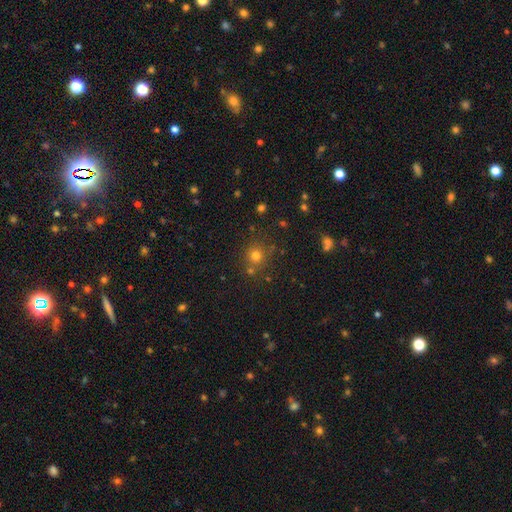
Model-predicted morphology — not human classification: type=smooth (73%); roundness=round (89%); merging=none (75%).